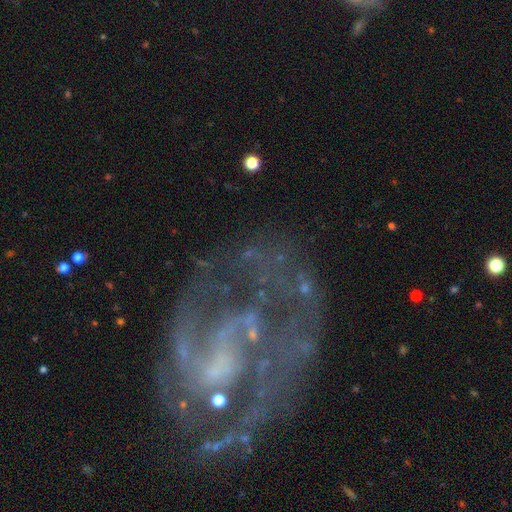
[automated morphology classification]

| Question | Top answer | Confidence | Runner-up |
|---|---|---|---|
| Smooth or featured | featured or disk | 79% | star or artifact (12%) |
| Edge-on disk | no | 97% | yes (3%) |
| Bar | no | 46% | weak (35%) |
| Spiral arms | yes | 81% | no (19%) |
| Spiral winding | medium | 43% | tight (34%) |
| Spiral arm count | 2 | 47% | can't tell (21%) |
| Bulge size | small | 40% | none (39%) |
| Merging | none | 55% | major disturbance (23%) |